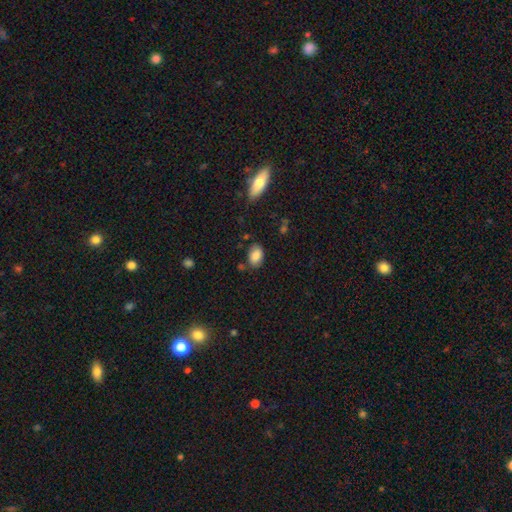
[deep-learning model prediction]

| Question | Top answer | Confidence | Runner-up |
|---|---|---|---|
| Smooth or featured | smooth | 85% | star or artifact (8%) |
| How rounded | in between | 87% | round (12%) |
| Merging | none | 75% | minor disturbance (17%) |